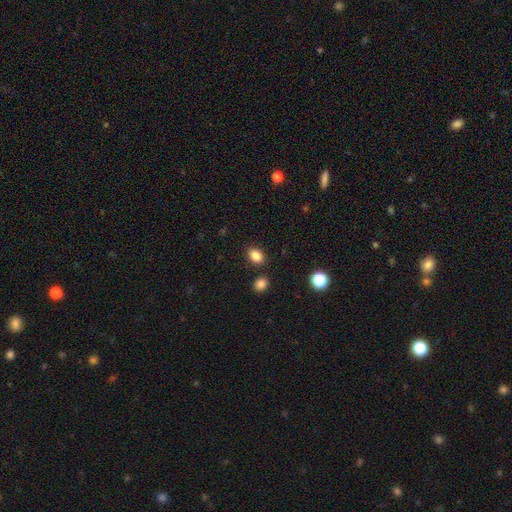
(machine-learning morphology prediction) Smooth or featured: smooth — 85% (star or artifact — 10%)
How rounded: in between — 70% (round — 29%)
Merging: none — 84% (minor disturbance — 9%)